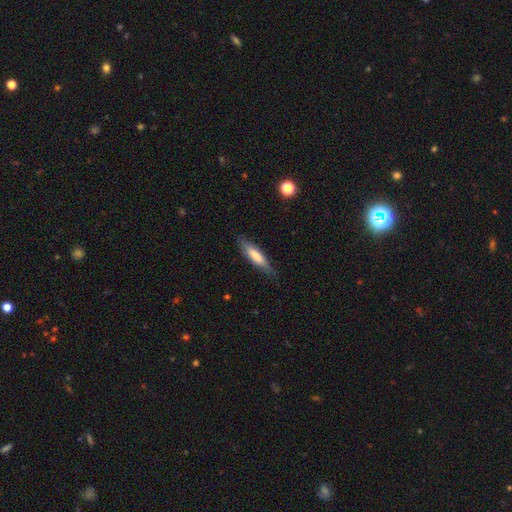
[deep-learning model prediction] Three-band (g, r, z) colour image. It shows a smooth galaxy with no disk features (68%) that is cigar-shaped (75%). Merging: none (80%).